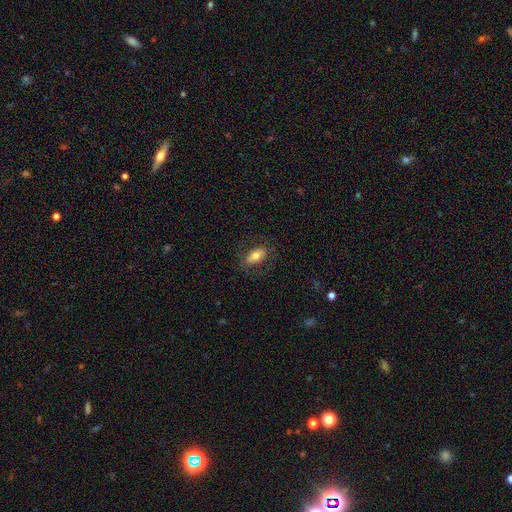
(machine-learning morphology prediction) type=smooth (73%); roundness=in between (91%); merging=none (81%).